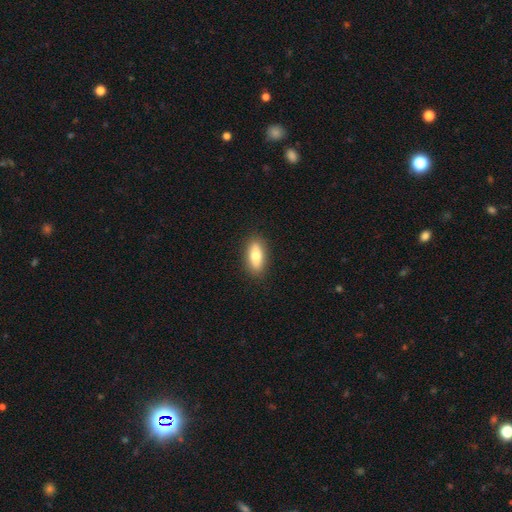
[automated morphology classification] Overall: smooth (77%). How rounded: in between (77%). Merging: none (89%).